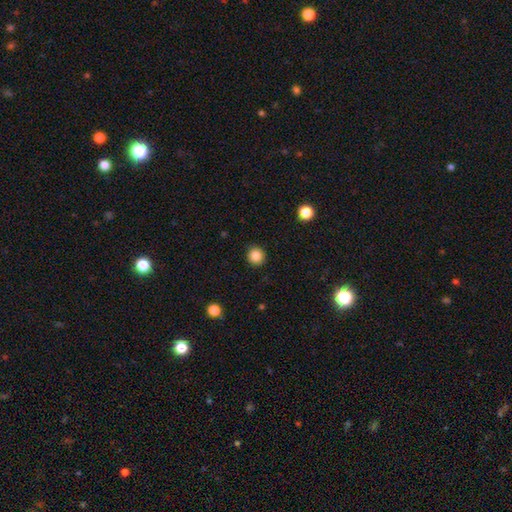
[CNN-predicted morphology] Smooth or featured? Predicted: smooth (p=0.86). How rounded? Predicted: round (p=0.93). Merging? Predicted: none (p=0.92).